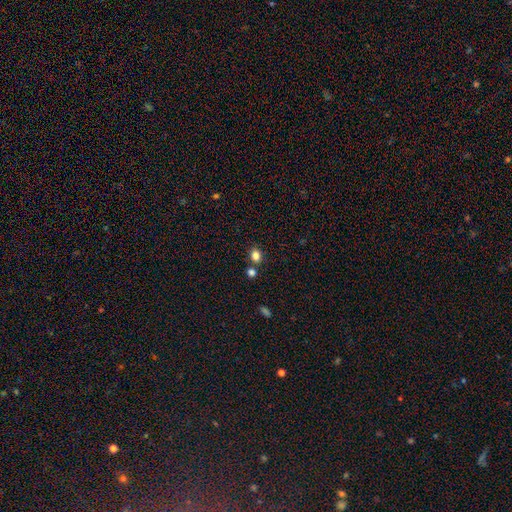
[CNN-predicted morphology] Smooth or featured?
  - smooth: 82% *
  - star or artifact: 13%
  - featured or disk: 5%
How rounded?
  - round: 58% *
  - in between: 41%
  - cigar-shaped: 1%
Merging?
  - none: 73% *
  - merger: 15%
  - minor disturbance: 10%
  - major disturbance: 3%